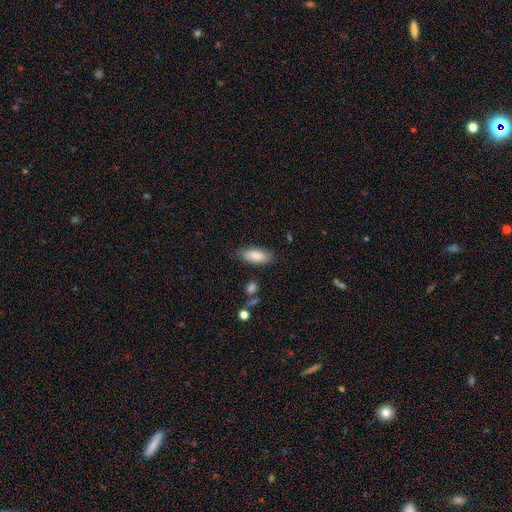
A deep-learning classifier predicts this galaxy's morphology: smooth 85%, featured or disk 8%, star or artifact 6%. Down the decision tree: how rounded — in between (84%); merging — none (81%).